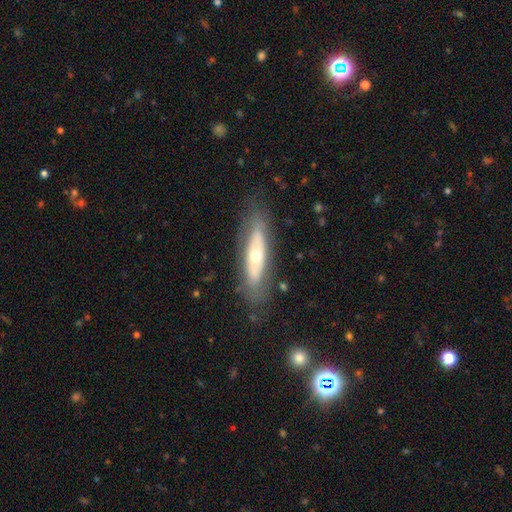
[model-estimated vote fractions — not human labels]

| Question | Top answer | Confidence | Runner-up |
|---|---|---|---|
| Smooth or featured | featured or disk | 58% | smooth (35%) |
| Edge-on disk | no | 67% | yes (33%) |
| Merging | none | 77% | minor disturbance (15%) |